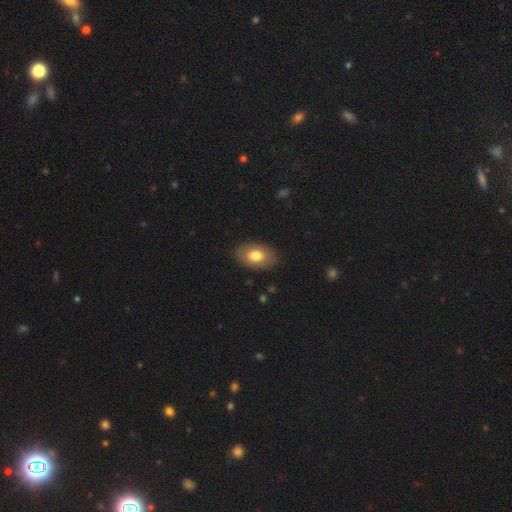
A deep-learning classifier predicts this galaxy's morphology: smooth 77%, featured or disk 16%, star or artifact 7%. Down the decision tree: how rounded — in between (88%); merging — none (86%).